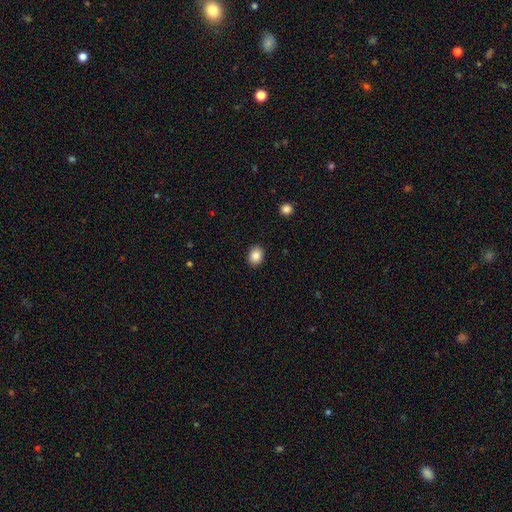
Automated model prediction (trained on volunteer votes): A smooth galaxy with no disk features (86%) that is in between round and cigar-shaped (54%).

Vote fractions:
- Smooth or featured? smooth: 86% / star or artifact: 9% / featured or disk: 5%
- How rounded? in between: 54% / round: 45% / cigar-shaped: 1%
- Merging? none: 91% / minor disturbance: 7% / major disturbance: 2% / merger: 1%